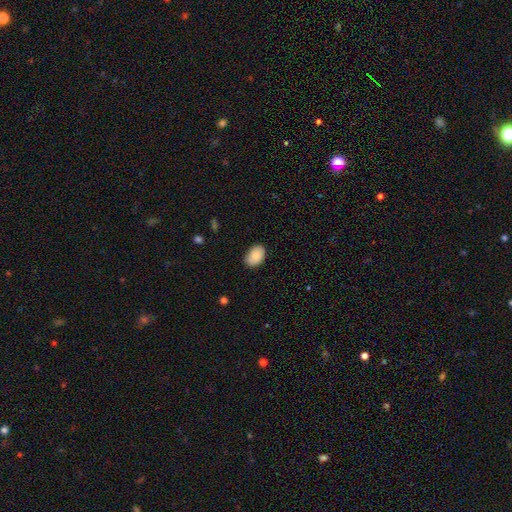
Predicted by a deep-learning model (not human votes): This appears to be a smooth galaxy with no disk features (85%) that is in between round and cigar-shaped (86%). Merging: none (77%).